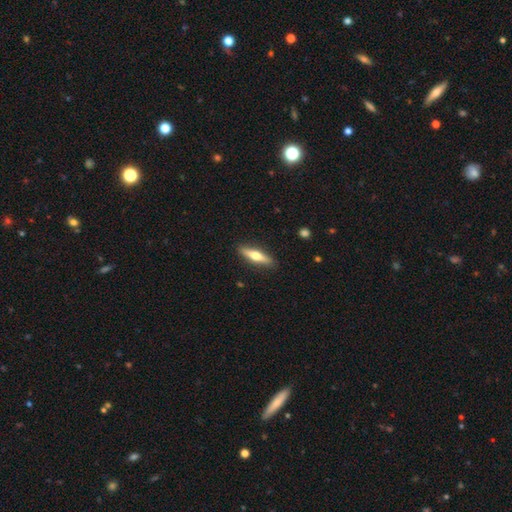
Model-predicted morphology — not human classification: The model was most divided on "smooth or featured" (2-way tie): featured or disk: 47%, smooth: 47%, star or artifact: 6%. More confident: merging — none (89%).